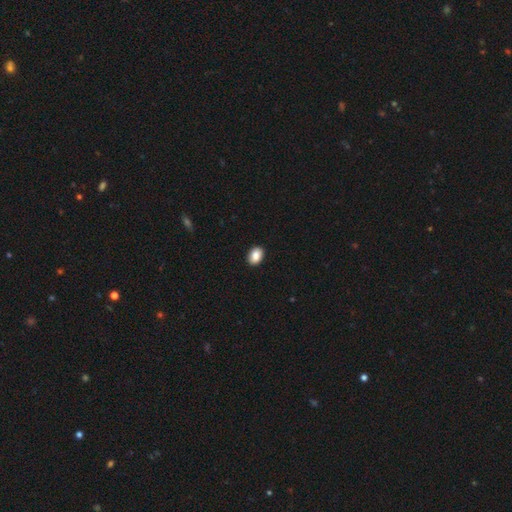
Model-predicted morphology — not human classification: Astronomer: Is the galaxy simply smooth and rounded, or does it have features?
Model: smooth — 86%.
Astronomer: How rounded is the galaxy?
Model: in between — 75%.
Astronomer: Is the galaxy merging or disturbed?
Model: none — 91%.